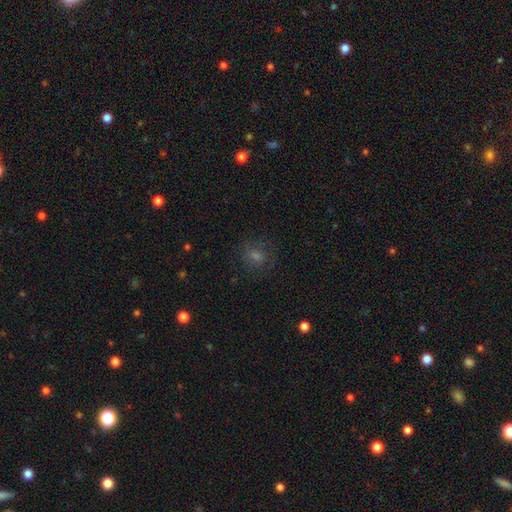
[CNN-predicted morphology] Q: Smooth or featured?
A: smooth (56%); runner-up: star or artifact (29%)
Q: How rounded?
A: round (72%); runner-up: in between (26%)
Q: Merging?
A: none (81%); runner-up: minor disturbance (12%)